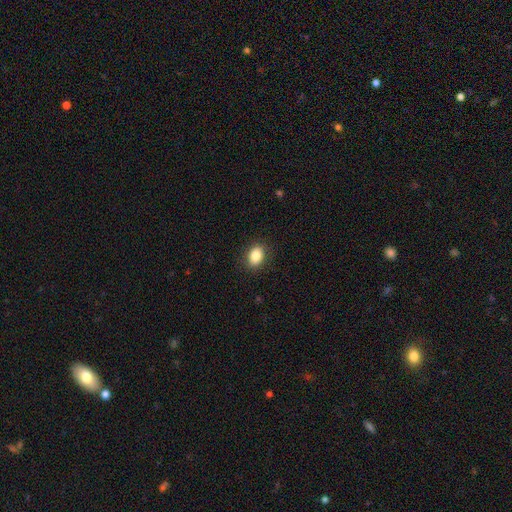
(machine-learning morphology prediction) smooth-or-featured: smooth: 86% | star or artifact: 8% | featured or disk: 6%
  how-rounded: in between: 74% | round: 25% | cigar-shaped: 1%
  merging: none: 88% | minor disturbance: 9% | major disturbance: 2% | merger: 1%